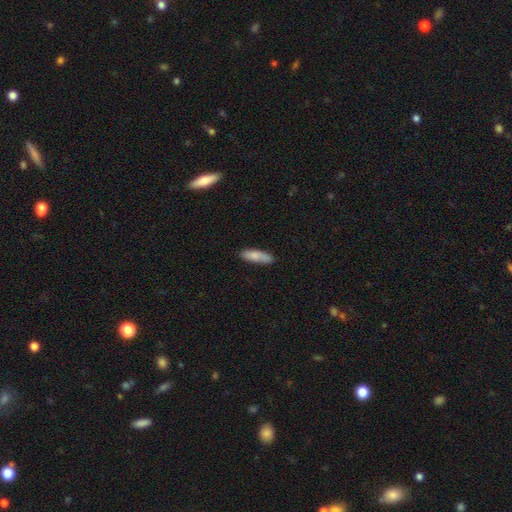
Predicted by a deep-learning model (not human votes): Q: Smooth or featured?
A: smooth (81%); runner-up: featured or disk (13%)
Q: How rounded?
A: cigar-shaped (59%); runner-up: in between (40%)
Q: Merging?
A: none (78%); runner-up: minor disturbance (17%)